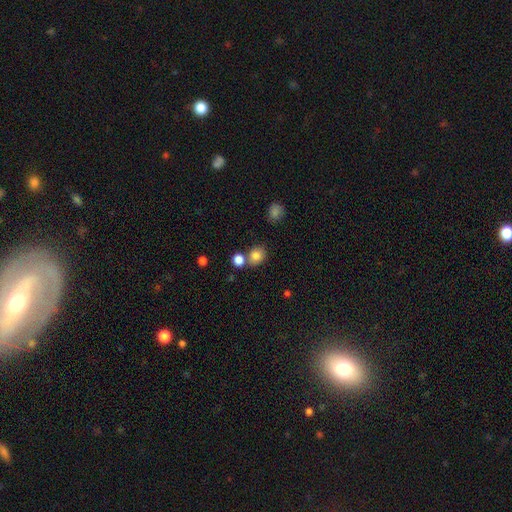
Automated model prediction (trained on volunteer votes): A smooth galaxy with no disk features (82%) that is round (67%).

Vote fractions:
- Smooth or featured? smooth: 82% / star or artifact: 11% / featured or disk: 6%
- How rounded? round: 67% / in between: 32% / cigar-shaped: 1%
- Merging? none: 64% / merger: 23% / minor disturbance: 10% / major disturbance: 3%